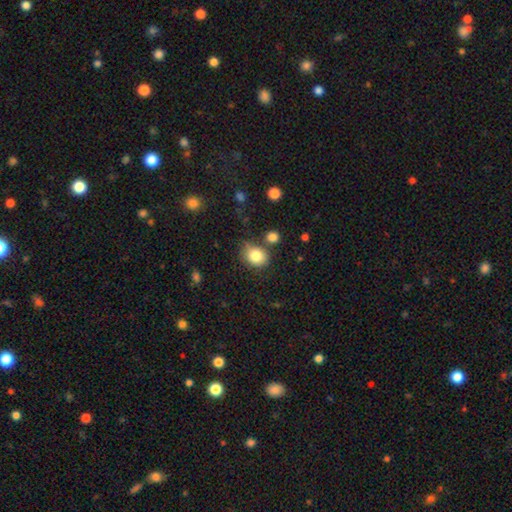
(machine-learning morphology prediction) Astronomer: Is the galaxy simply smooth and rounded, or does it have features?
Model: smooth — 83%.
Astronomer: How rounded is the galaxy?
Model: round — 59% (runner-up: in between, 40%).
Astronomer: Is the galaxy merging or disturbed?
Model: none — 68%.